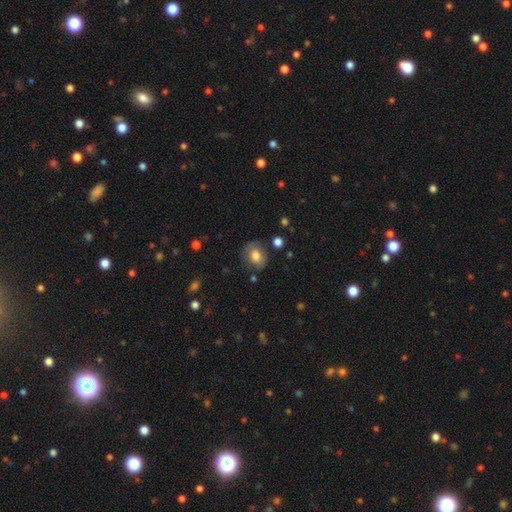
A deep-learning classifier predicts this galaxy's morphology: The model was most divided on "how rounded": round: 50%, in between: 49%, cigar-shaped: 1%. More confident: smooth or featured — smooth (75%); merging — none (74%).